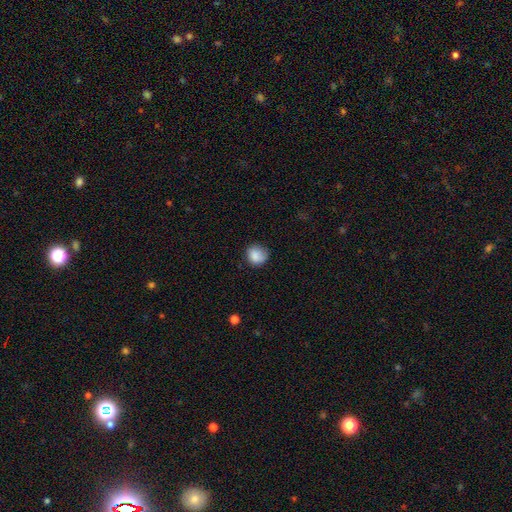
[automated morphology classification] smooth-or-featured: smooth: 86% | star or artifact: 8% | featured or disk: 6%
  how-rounded: round: 80% | in between: 19% | cigar-shaped: 1%
  merging: none: 73% | minor disturbance: 21% | major disturbance: 5% | merger: 1%